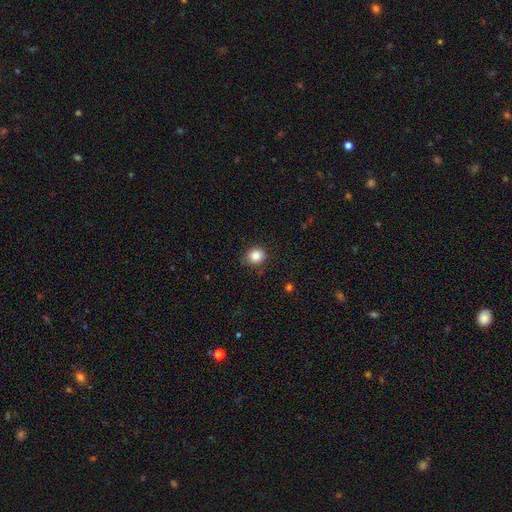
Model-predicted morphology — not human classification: type=smooth (85%); roundness=round (79%); merging=none (77%).